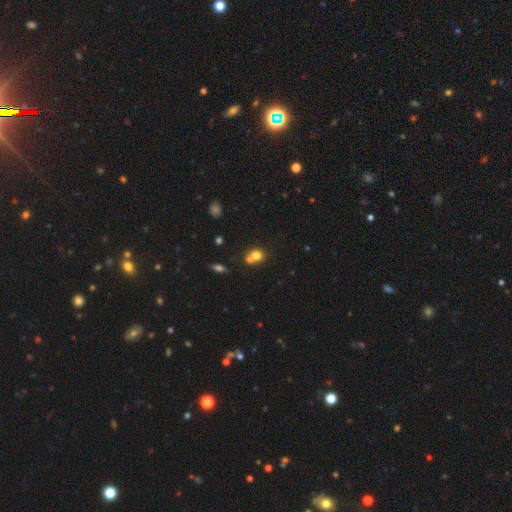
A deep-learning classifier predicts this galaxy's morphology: A smooth galaxy with no disk features (75%) that is round (77%).

Vote fractions:
- Smooth or featured? smooth: 75% / featured or disk: 13% / star or artifact: 12%
- How rounded? round: 77% / in between: 22% / cigar-shaped: 1%
- Merging? merger: 48% / none: 41% / minor disturbance: 8% / major disturbance: 3%